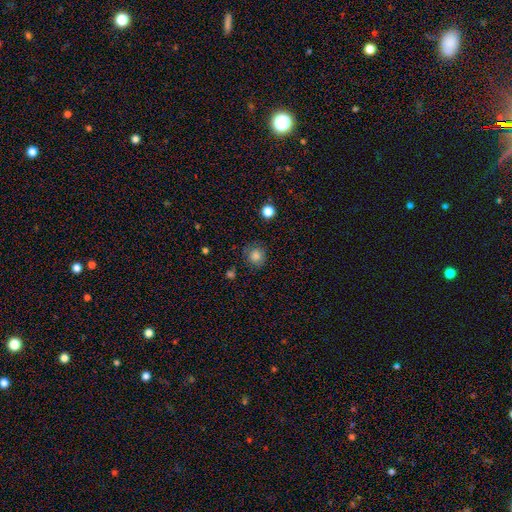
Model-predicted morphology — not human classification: Smooth or featured?
  - smooth: 82% *
  - star or artifact: 11%
  - featured or disk: 6%
How rounded?
  - round: 87% *
  - in between: 12%
  - cigar-shaped: 1%
Merging?
  - none: 80% *
  - minor disturbance: 14%
  - major disturbance: 4%
  - merger: 2%